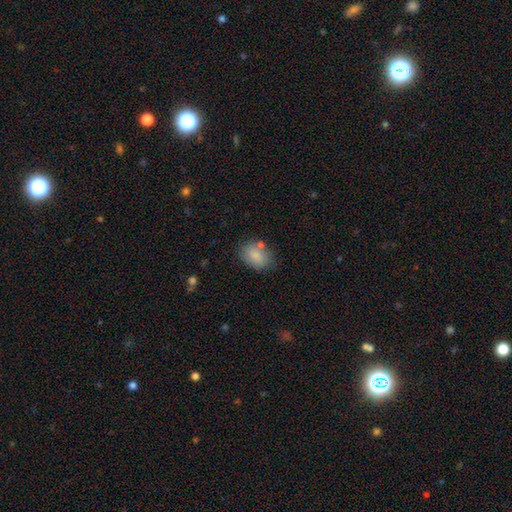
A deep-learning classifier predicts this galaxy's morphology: Smooth or featured: smooth — 84% (featured or disk — 9%)
How rounded: in between — 80% (round — 19%)
Merging: none — 68% (minor disturbance — 18%)